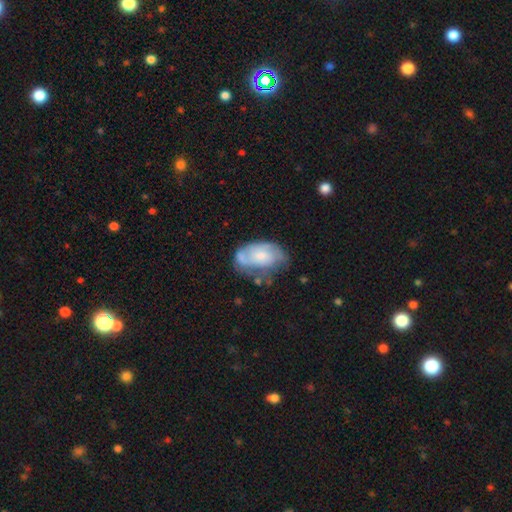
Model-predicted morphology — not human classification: A featured or disk galaxy (61%) with no bar (73%), spiral arms (74%) and a small central bulge (47%). Merging: none (52%).